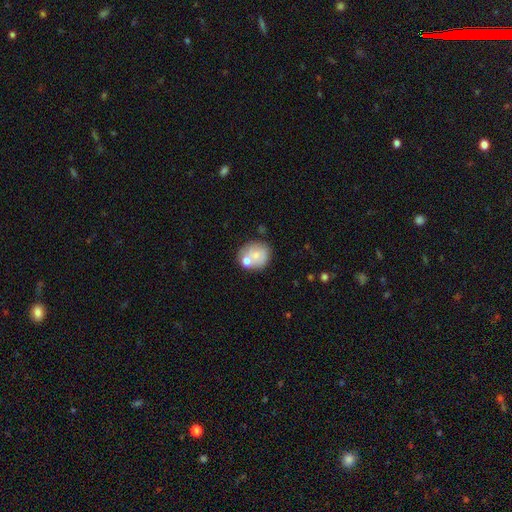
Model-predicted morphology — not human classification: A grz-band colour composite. It shows a smooth galaxy with no disk features (66%) that is round (76%). Merging: none (53%).